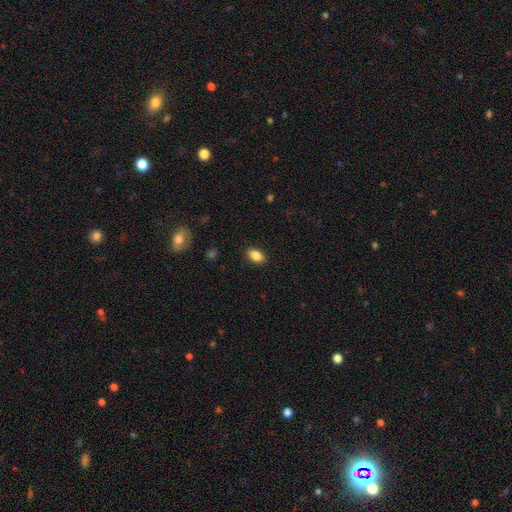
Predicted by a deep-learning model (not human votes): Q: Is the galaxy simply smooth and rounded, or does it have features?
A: smooth — 86%.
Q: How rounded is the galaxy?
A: in between — 89%.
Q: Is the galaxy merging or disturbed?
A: none — 88%.